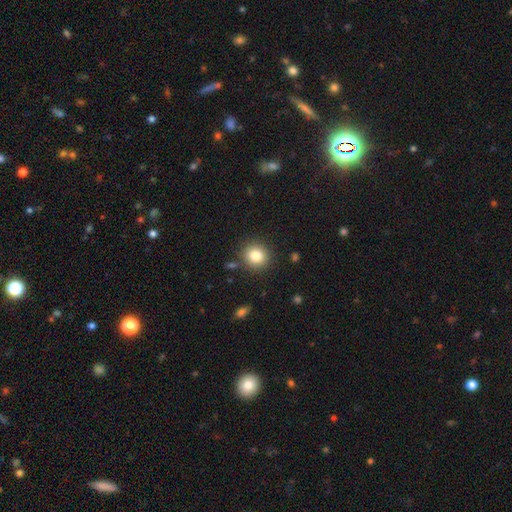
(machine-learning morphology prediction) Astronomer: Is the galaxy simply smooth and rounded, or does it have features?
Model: smooth — 82%.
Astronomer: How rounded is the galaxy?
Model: round — 86%.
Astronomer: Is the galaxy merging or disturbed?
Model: none — 87%.